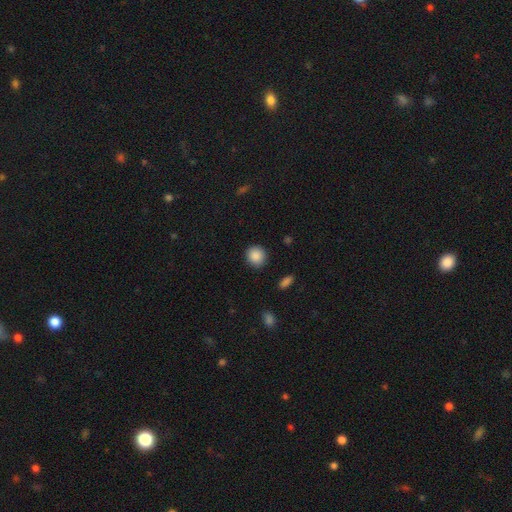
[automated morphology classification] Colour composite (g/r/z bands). It shows a smooth galaxy with no disk features (88%) that is round (89%). Merging: none (90%).